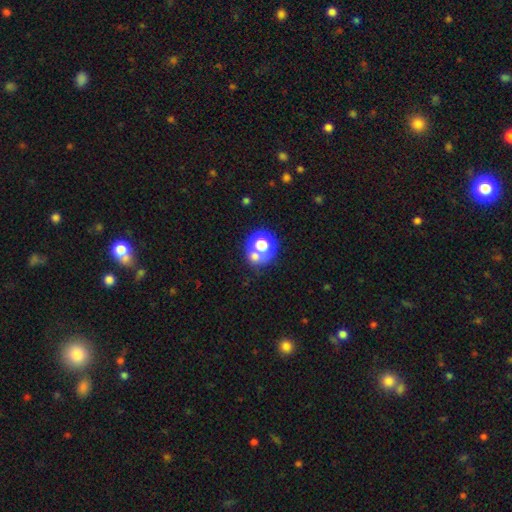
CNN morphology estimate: Smooth or featured? Predicted: smooth (p=0.58). How rounded? Predicted: round (p=0.78). Merging? Predicted: none (p=0.50).